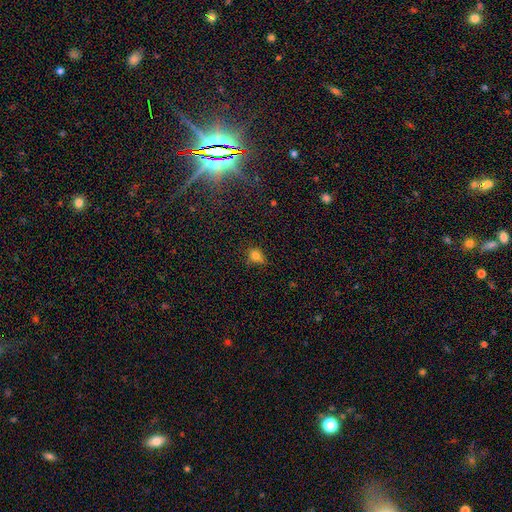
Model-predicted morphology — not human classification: The model was most divided on "how rounded": in between: 56%, round: 41%, cigar-shaped: 3%. More confident: smooth or featured — smooth (75%); merging — none (64%).